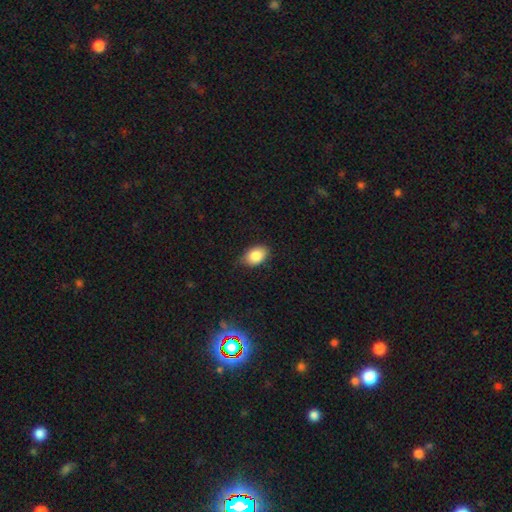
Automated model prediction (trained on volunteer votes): smooth_or_featured: smooth (p=0.86) [alt: star or artifact p=0.08]
how_rounded: in between (p=0.84) [alt: round p=0.15]
merging: none (p=0.76) [alt: minor disturbance p=0.20]